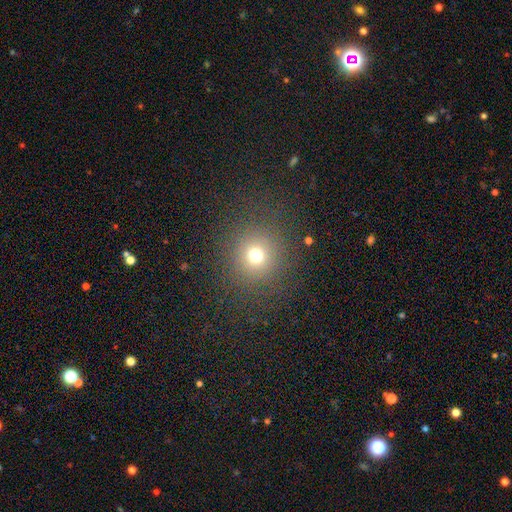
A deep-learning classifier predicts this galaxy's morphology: smooth_or_featured: smooth (p=0.71) [alt: star or artifact p=0.20]
how_rounded: round (p=0.93) [alt: in between p=0.06]
merging: none (p=0.85) [alt: minor disturbance p=0.07]